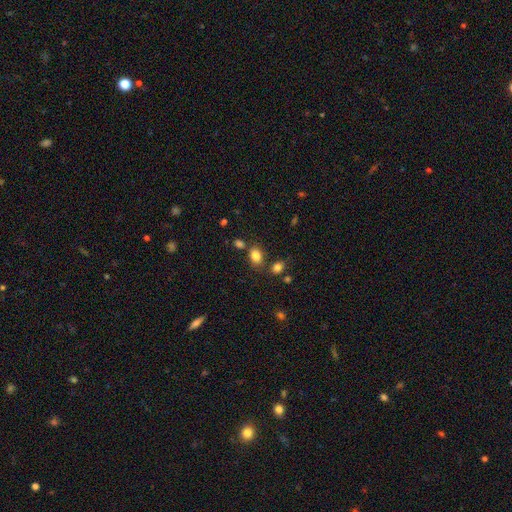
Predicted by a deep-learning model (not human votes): Q: Smooth or featured?
A: smooth (83%); runner-up: star or artifact (11%)
Q: How rounded?
A: in between (72%); runner-up: round (26%)
Q: Merging?
A: none (71%); runner-up: minor disturbance (13%)